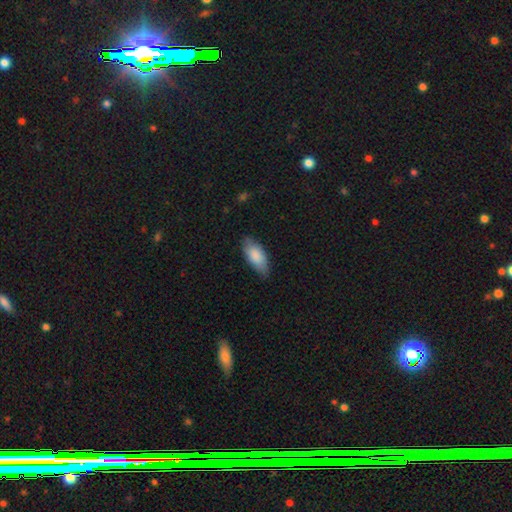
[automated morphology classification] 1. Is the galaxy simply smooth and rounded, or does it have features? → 85% smooth, 9% featured or disk, 5% star or artifact.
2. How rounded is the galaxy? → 87% in between, 11% cigar-shaped, 2% round.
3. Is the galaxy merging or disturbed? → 73% none, 23% minor disturbance, 3% major disturbance, 1% merger.